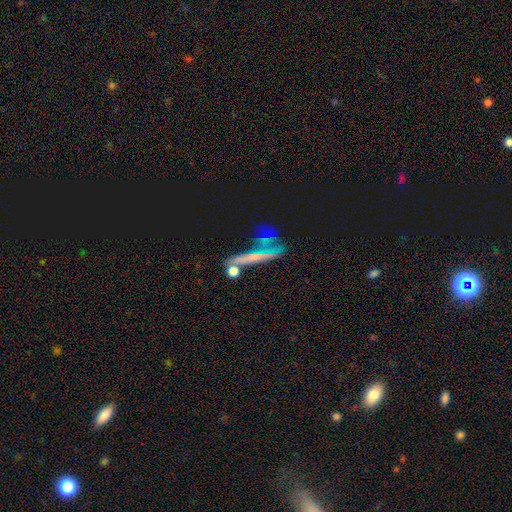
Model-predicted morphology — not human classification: Overall: featured or disk (47%; smooth 35%). Merging: none (36%; merger 24%).